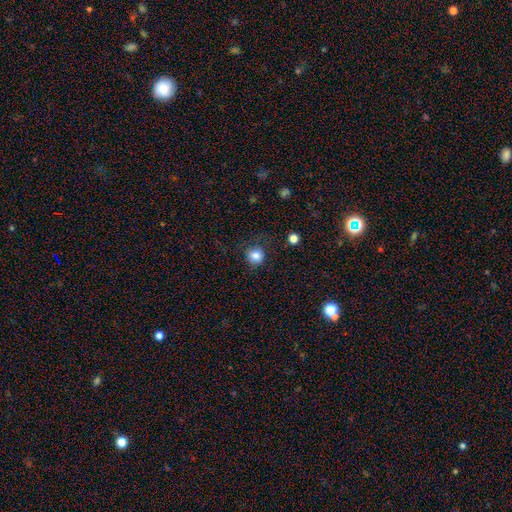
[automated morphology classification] Overall: smooth (83%). How rounded: round (83%). Merging: none (72%).